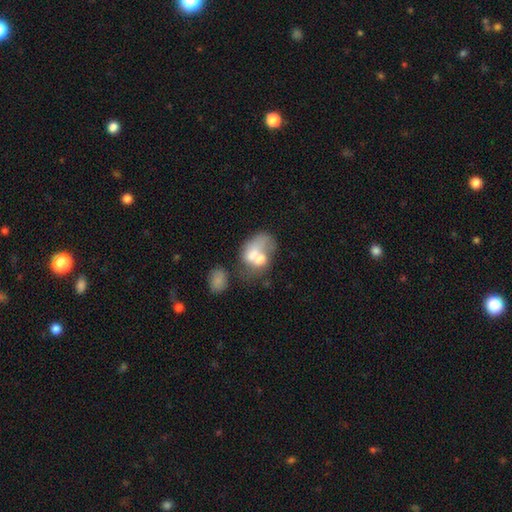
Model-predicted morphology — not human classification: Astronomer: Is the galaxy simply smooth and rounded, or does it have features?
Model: smooth — 56% (runner-up: featured or disk, 34%).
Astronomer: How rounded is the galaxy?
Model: in between — 72%.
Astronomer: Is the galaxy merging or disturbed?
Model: merger — 49%.